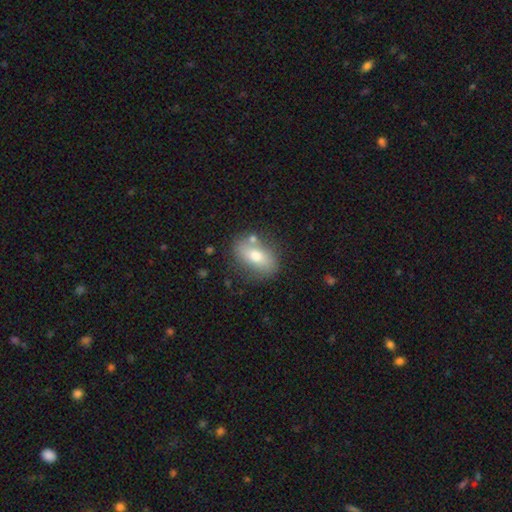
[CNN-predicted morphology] Smooth or featured? smooth (68%)
How rounded? in between (83%)
Merging? none (74%)